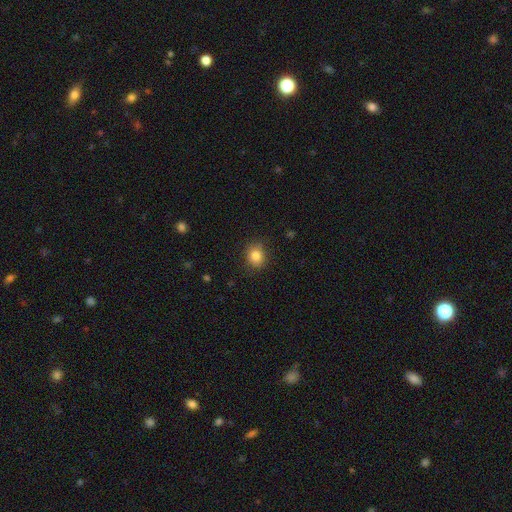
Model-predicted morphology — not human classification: This appears to be a smooth galaxy with no disk features (84%) that is round (72%). Merging: none (84%).